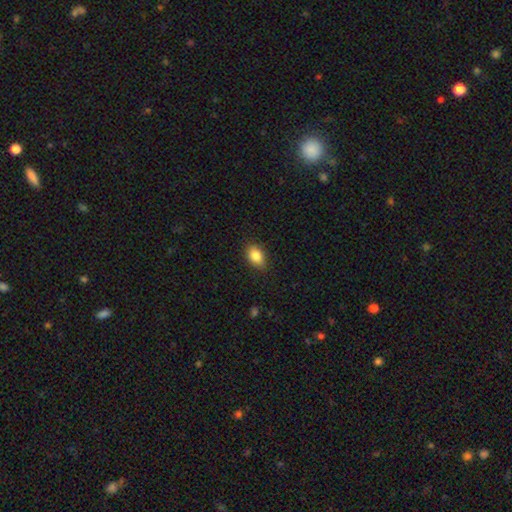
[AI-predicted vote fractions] smooth 84%, star or artifact 9%, featured or disk 7%. Down the decision tree: how rounded — in between (82%); merging — none (83%).